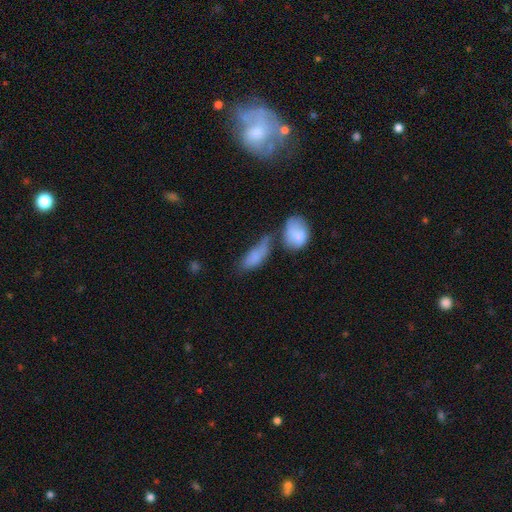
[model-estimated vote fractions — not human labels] Overall: smooth (77%). How rounded: in between (79%). Merging: merger (41%; none 26%).